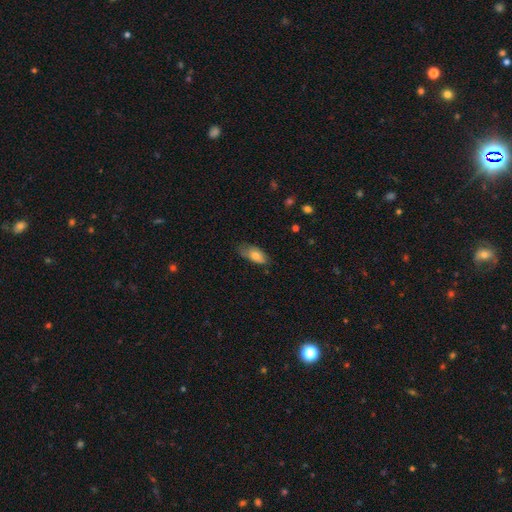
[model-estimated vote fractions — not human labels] A smooth galaxy with no disk features (76%) that is in between round and cigar-shaped (87%).

Vote fractions:
- Smooth or featured? smooth: 76% / featured or disk: 17% / star or artifact: 7%
- How rounded? in between: 87% / cigar-shaped: 9% / round: 4%
- Merging? none: 61% / minor disturbance: 30% / major disturbance: 8% / merger: 2%